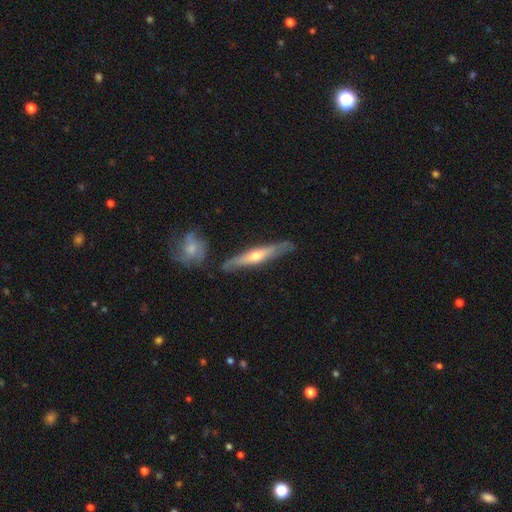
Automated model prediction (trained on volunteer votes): Smooth or featured: featured or disk — 60% (smooth — 35%)
Edge-on disk: yes — 90% (no — 10%)
Edge-on bulge: rounded — 84% (none — 12%)
Merging: none — 81% (minor disturbance — 12%)